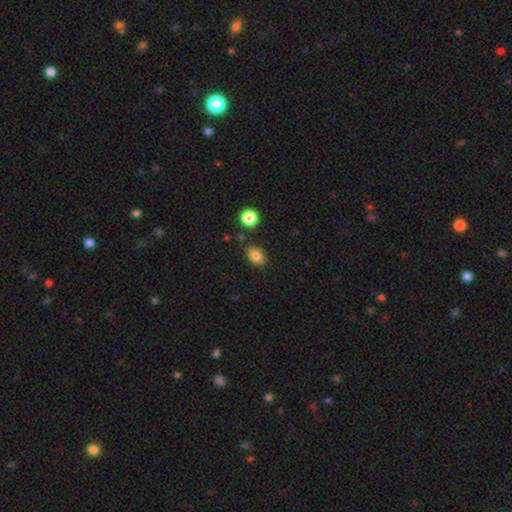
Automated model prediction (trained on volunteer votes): smooth-or-featured: smooth: 85% | star or artifact: 10% | featured or disk: 5%
  how-rounded: in between: 81% | round: 18% | cigar-shaped: 1%
  merging: none: 82% | minor disturbance: 12% | merger: 4% | major disturbance: 3%